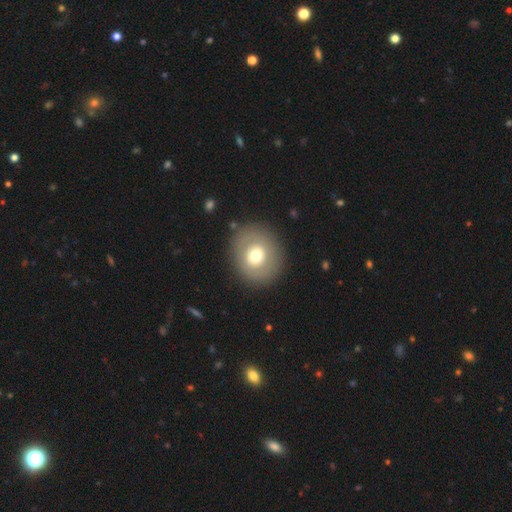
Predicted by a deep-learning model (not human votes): A smooth galaxy with no disk features (60%) that is round (78%). Merging: none (86%).